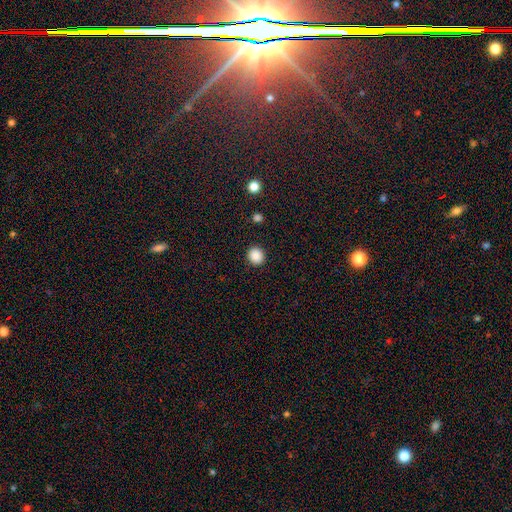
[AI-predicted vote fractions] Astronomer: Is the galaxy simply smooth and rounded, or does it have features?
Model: smooth — 88%.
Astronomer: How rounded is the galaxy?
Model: round — 85%.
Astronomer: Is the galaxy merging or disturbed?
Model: none — 91%.